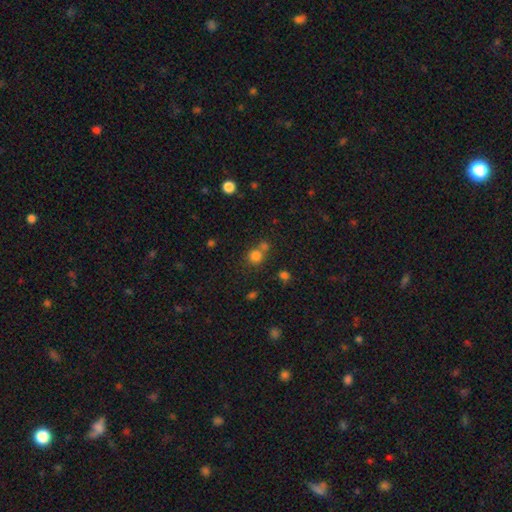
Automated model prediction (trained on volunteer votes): Smooth or featured? smooth (77%)
How rounded? round (86%)
Merging? none (56%)